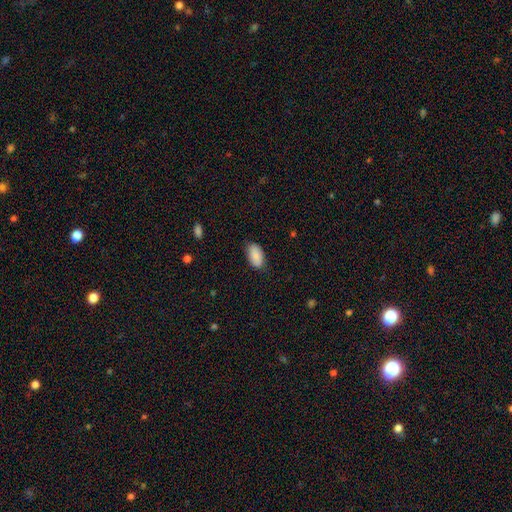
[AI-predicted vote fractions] A smooth galaxy with no disk features (87%) that is in between round and cigar-shaped (94%).

Vote fractions:
- Smooth or featured? smooth: 87% / featured or disk: 7% / star or artifact: 6%
- How rounded? in between: 94% / round: 4% / cigar-shaped: 2%
- Merging? none: 79% / minor disturbance: 17% / major disturbance: 3% / merger: 1%